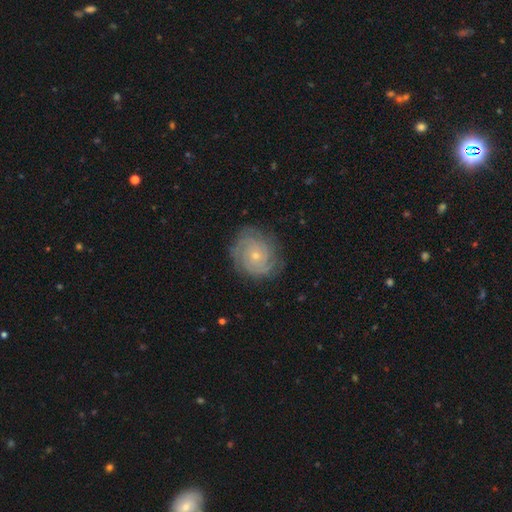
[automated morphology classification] The model was most divided on "spiral arm count": can't tell: 35%, 2: 23%, 3: 18%, 4: 11%, more than 4: 6%, 1: 6%. More confident: edge-on disk — no (97%); spiral arms — yes (94%); bar — no (82%); merging — none (79%); smooth or featured — featured or disk (78%); bulge size — small (76%); spiral winding — tight (75%).